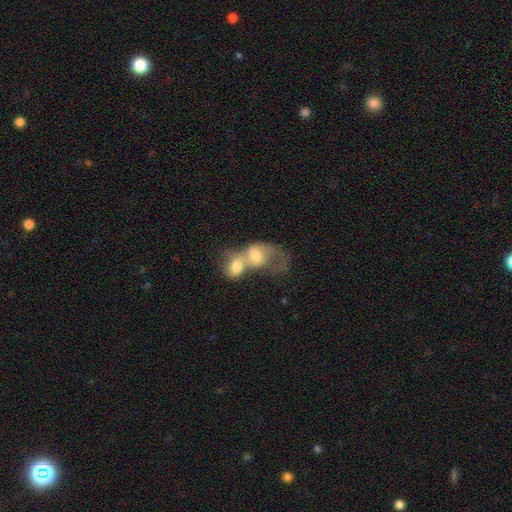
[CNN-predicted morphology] This appears to be a smooth galaxy with no disk features (59%) that is in between round and cigar-shaped (70%). Merging: merger (81%).